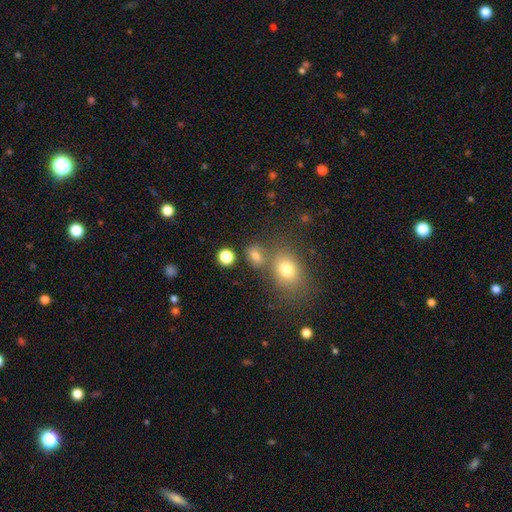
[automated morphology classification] This appears to be a smooth galaxy with no disk features (73%) that is in between round and cigar-shaped (57%). Merging: none (59%).